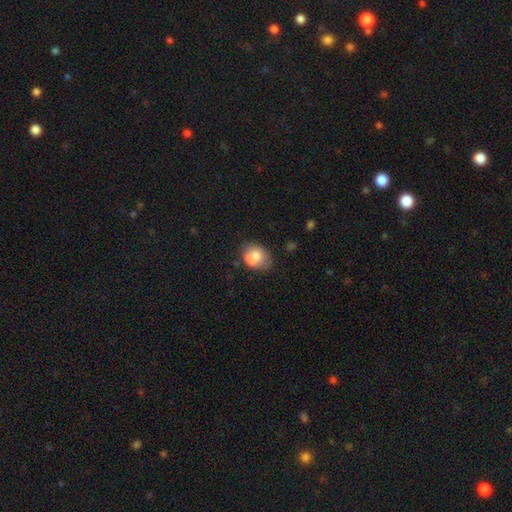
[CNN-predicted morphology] Smooth or featured: smooth — 69% (featured or disk — 22%)
How rounded: round — 50% (in between — 49%)
Merging: none — 43% (merger — 29%)